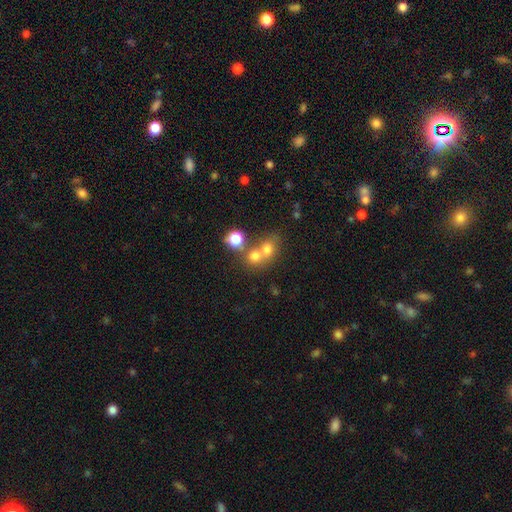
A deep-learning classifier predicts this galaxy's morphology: A smooth galaxy with no disk features (69%) that is round (74%). Merging: merger (51%).